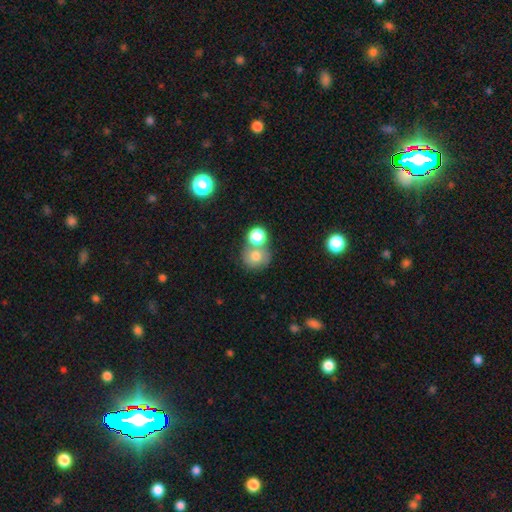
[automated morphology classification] Smooth or featured? smooth (69%)
How rounded? round (81%)
Merging? none (44%)